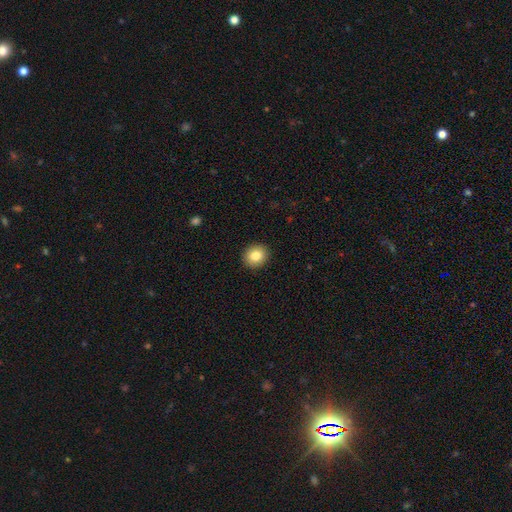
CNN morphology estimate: This appears to be a smooth galaxy with no disk features (83%) that is round (81%). Merging: none (92%).